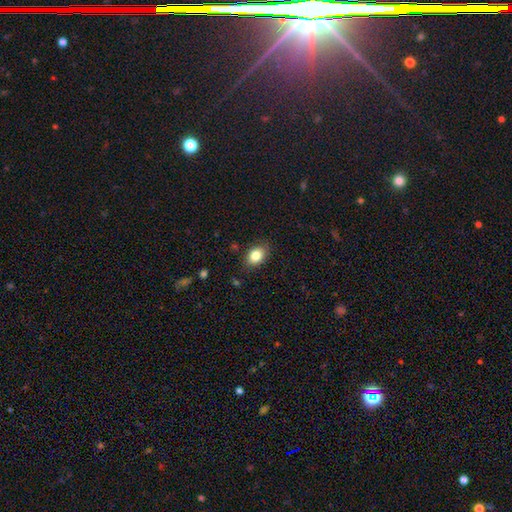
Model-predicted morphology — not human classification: smooth_or_featured: smooth (p=0.84) [alt: star or artifact p=0.09]
how_rounded: in between (p=0.75) [alt: round p=0.23]
merging: none (p=0.83) [alt: minor disturbance p=0.13]